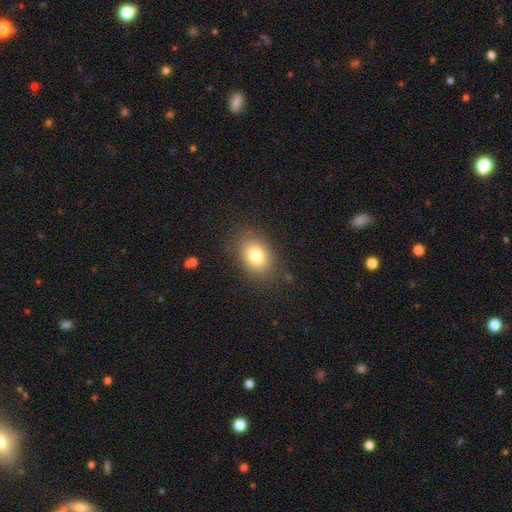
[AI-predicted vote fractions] Smooth or featured? smooth (79%)
How rounded? in between (70%)
Merging? none (83%)